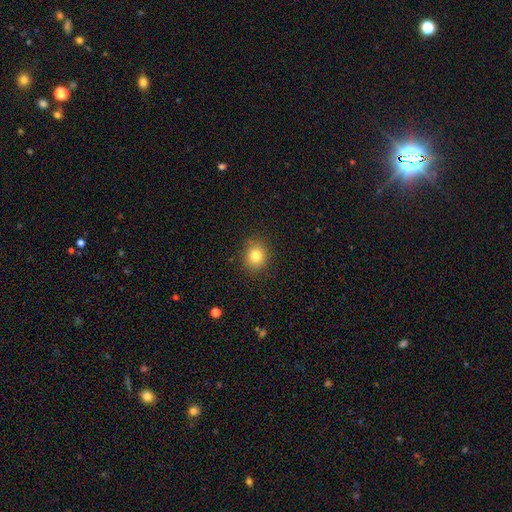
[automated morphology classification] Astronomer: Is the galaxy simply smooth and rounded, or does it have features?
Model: smooth — 81%.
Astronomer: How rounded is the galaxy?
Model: round — 75%.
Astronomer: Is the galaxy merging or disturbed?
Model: none — 88%.